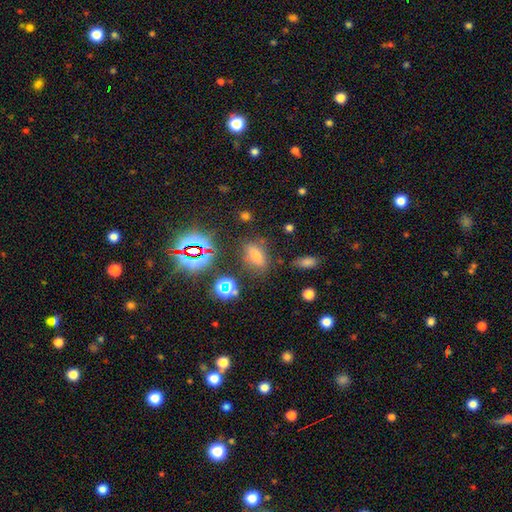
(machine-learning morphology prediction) Smooth or featured? Predicted: smooth (p=0.57). How rounded? Predicted: in between (p=0.79). Merging? Predicted: none (p=0.75).